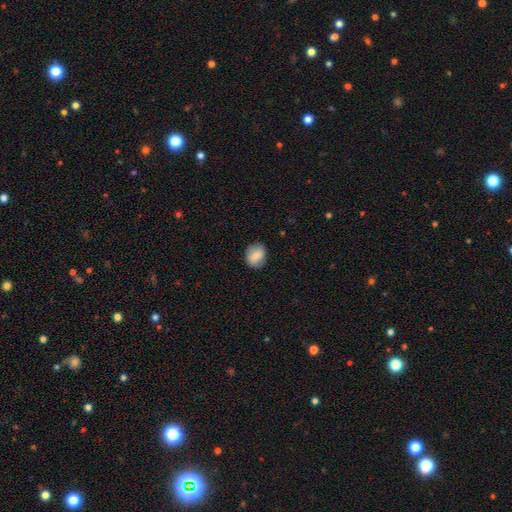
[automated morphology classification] Smooth or featured: smooth — 79% (featured or disk — 14%)
How rounded: in between — 53% (round — 46%)
Merging: none — 81% (minor disturbance — 14%)